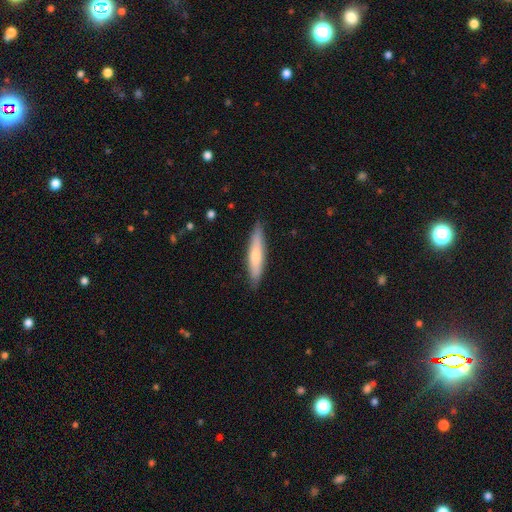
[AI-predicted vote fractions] smooth_or_featured: smooth (p=0.67) [alt: featured or disk p=0.28]
how_rounded: cigar-shaped (p=0.86) [alt: in between p=0.13]
merging: none (p=0.88) [alt: minor disturbance p=0.10]